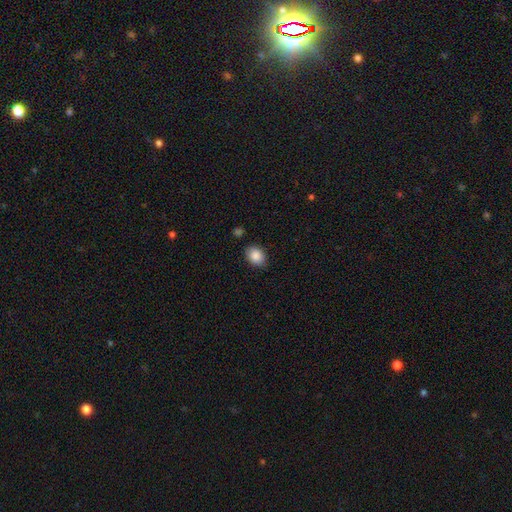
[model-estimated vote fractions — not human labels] smooth-or-featured: smooth: 88% | star or artifact: 8% | featured or disk: 5%
  how-rounded: in between: 62% | round: 37% | cigar-shaped: 1%
  merging: none: 85% | minor disturbance: 11% | major disturbance: 2% | merger: 2%